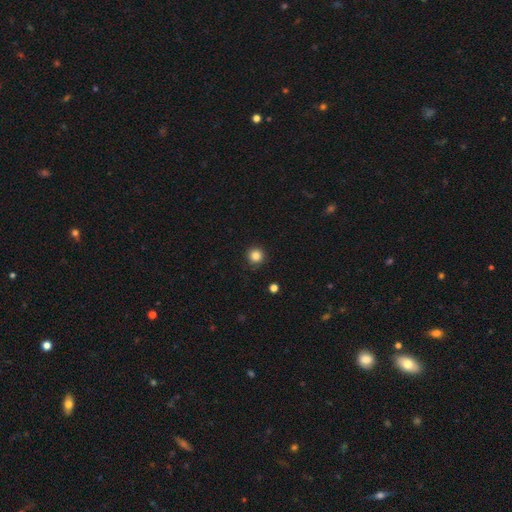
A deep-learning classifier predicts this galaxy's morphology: A smooth galaxy with no disk features (84%) that is round (96%). Merging: none (89%).